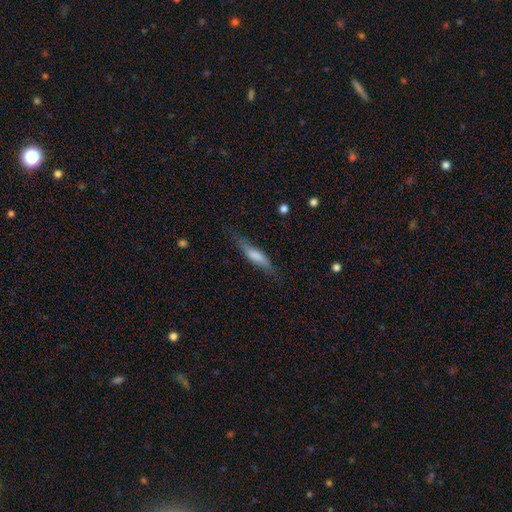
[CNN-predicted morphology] Overall: smooth (64%; featured or disk 29%). How rounded: cigar-shaped (71%). Merging: none (66%).